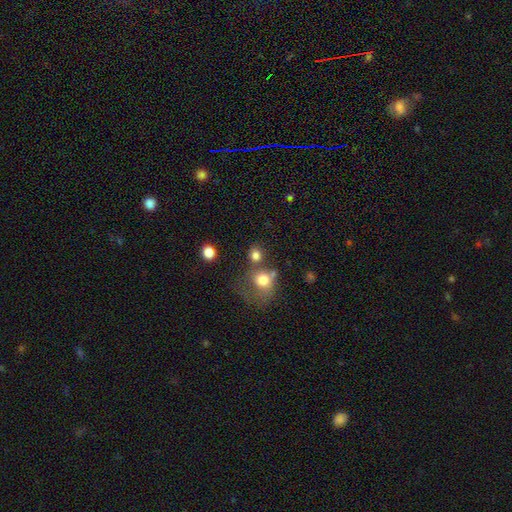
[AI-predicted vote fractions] This appears to be a smooth galaxy with no disk features (79%) that is round (81%). Merging: none (56%).